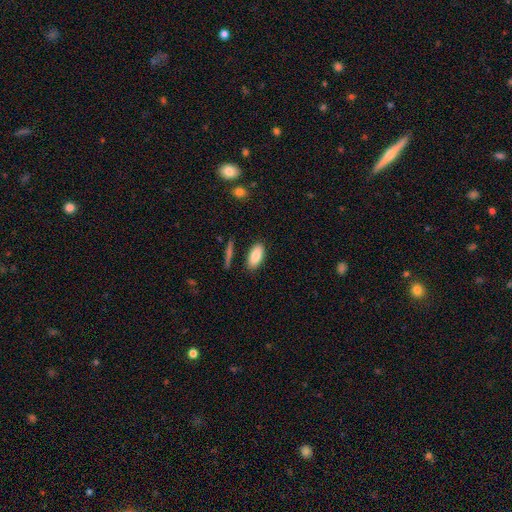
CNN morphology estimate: Smooth or featured: smooth — 86% (featured or disk — 8%)
How rounded: in between — 88% (cigar-shaped — 10%)
Merging: none — 85% (minor disturbance — 10%)